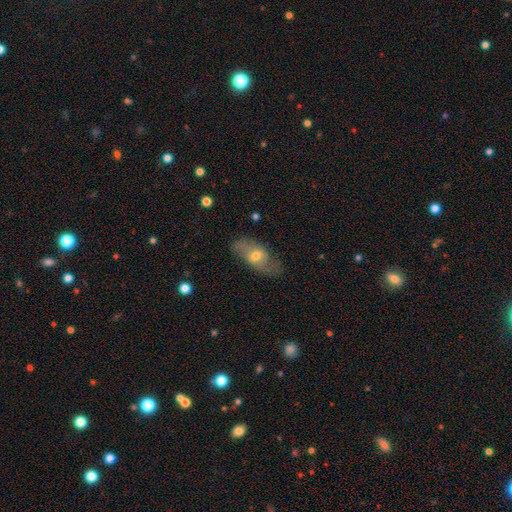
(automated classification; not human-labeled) Smooth or featured? Predicted: featured or disk (p=0.57). Edge-on disk? Predicted: no (p=0.84). Merging? Predicted: none (p=0.73).